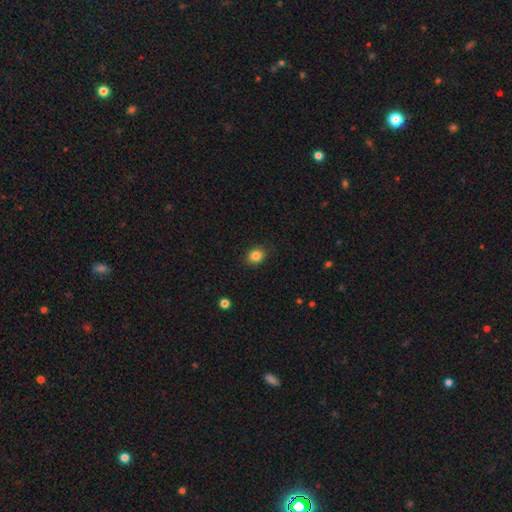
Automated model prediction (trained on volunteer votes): This is clearly a smooth galaxy (84%). How rounded: likely round (66%). Merging: clearly none (89%).